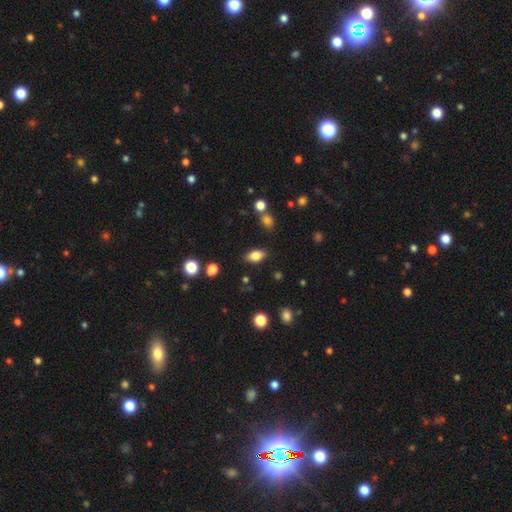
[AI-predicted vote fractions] Smooth or featured?
  - smooth: 81% *
  - featured or disk: 10%
  - star or artifact: 9%
How rounded?
  - in between: 88% *
  - round: 8%
  - cigar-shaped: 4%
Merging?
  - none: 83% *
  - minor disturbance: 11%
  - merger: 3%
  - major disturbance: 3%